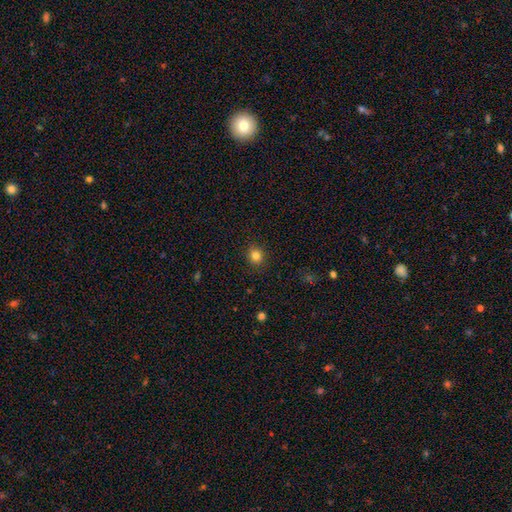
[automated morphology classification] Smooth or featured: smooth — 83% (star or artifact — 12%)
How rounded: round — 83% (in between — 16%)
Merging: none — 90% (minor disturbance — 7%)